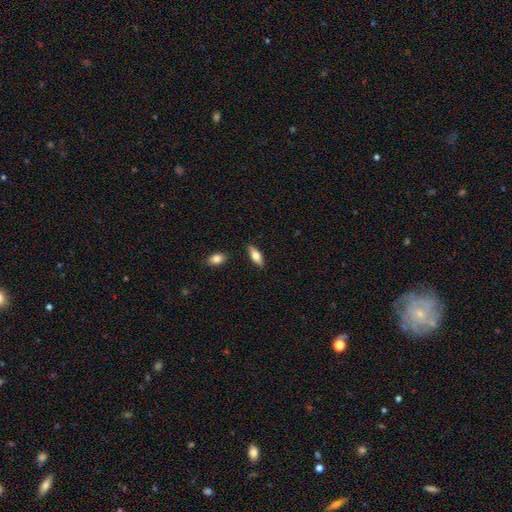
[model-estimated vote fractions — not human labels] Smooth or featured? Predicted: smooth (p=0.65). How rounded? Predicted: in between (p=0.69). Merging? Predicted: none (p=0.86).